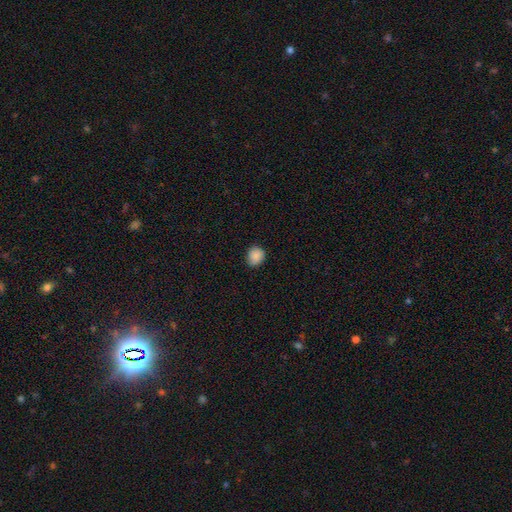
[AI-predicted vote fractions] The model was most divided on "how rounded": round: 73%, in between: 26%, cigar-shaped: 1%. More confident: smooth or featured — smooth (87%); merging — none (82%).